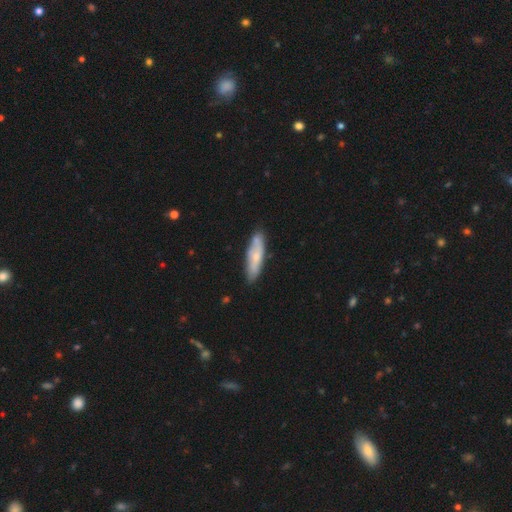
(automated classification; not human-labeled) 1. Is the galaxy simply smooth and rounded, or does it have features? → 58% smooth, 37% featured or disk, 6% star or artifact.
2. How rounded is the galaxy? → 67% cigar-shaped, 31% in between, 2% round.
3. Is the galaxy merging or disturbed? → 78% none, 16% minor disturbance, 3% merger, 3% major disturbance.